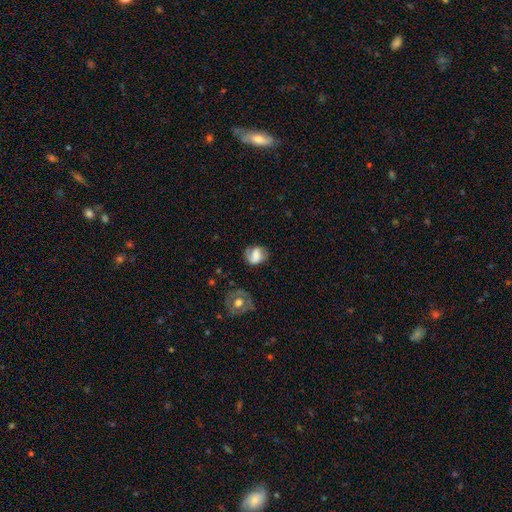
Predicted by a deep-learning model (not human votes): Overall: featured or disk (50%; smooth 42%). Edge-on disk: no (97%). Merging: none (58%; minor disturbance 25%).